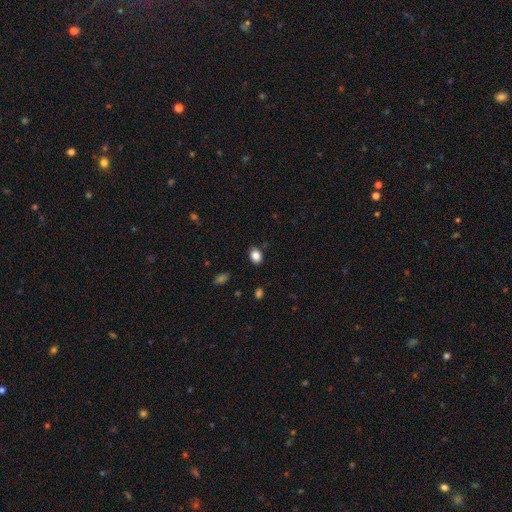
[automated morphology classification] smooth-or-featured: smooth: 85% | star or artifact: 10% | featured or disk: 5%
  how-rounded: in between: 71% | round: 28% | cigar-shaped: 1%
  merging: none: 85% | minor disturbance: 11% | major disturbance: 3% | merger: 1%